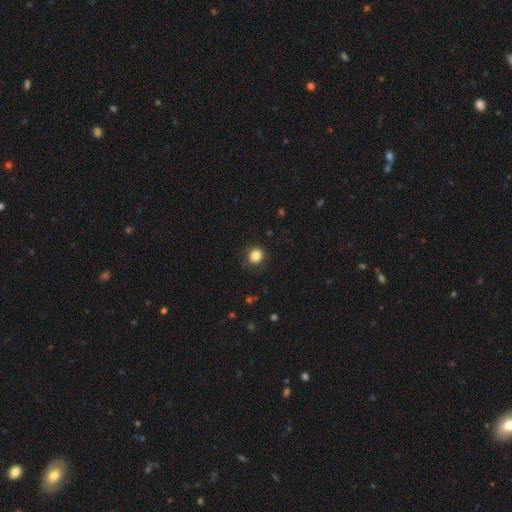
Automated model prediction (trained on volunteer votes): This appears to be a smooth galaxy with no disk features (84%) that is round (87%). Merging: none (85%).